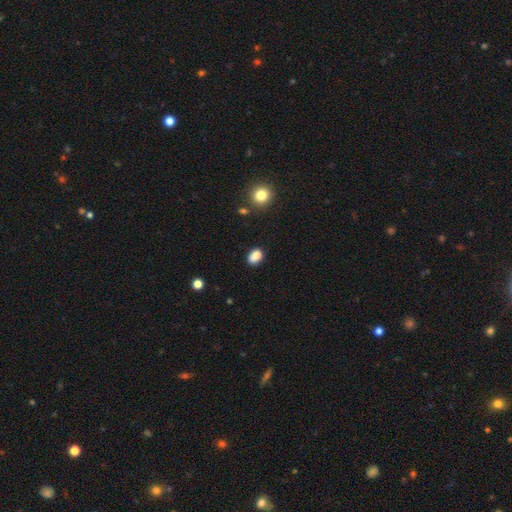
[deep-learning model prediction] This appears to be a smooth galaxy with no disk features (83%) that is in between round and cigar-shaped (71%). Merging: none (67%).